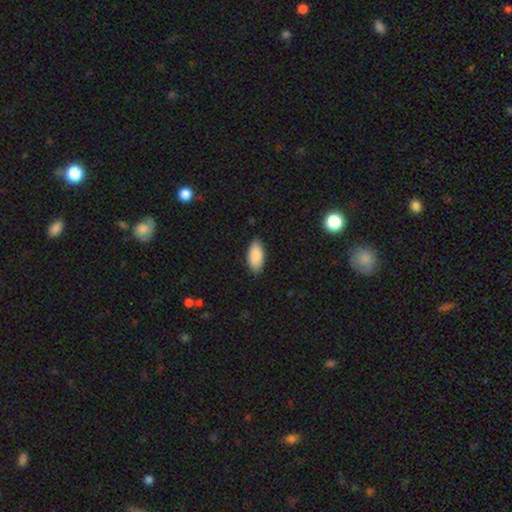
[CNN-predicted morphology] This appears to be a smooth galaxy with no disk features (88%) that is in between round and cigar-shaped (94%). Merging: none (84%).